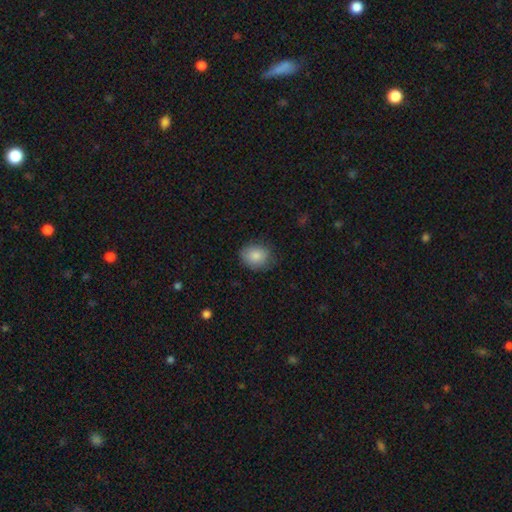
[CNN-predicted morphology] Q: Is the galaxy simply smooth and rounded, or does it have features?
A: smooth — 85%.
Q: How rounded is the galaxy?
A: round — 57%.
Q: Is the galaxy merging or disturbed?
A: none — 78%.